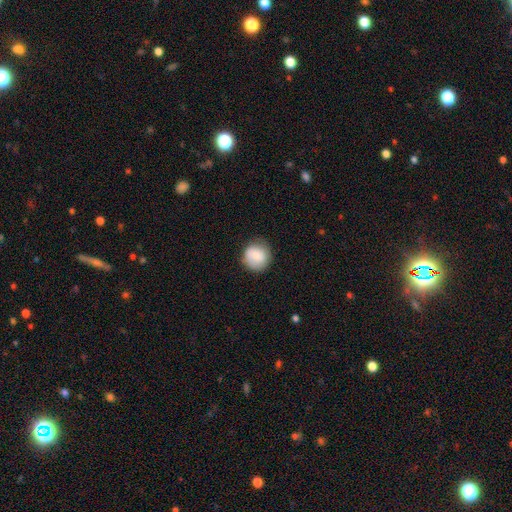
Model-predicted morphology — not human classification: Overall: smooth (78%). How rounded: round (89%). Merging: none (75%).